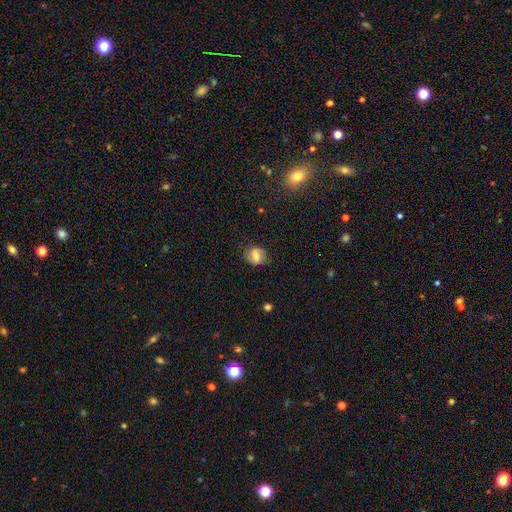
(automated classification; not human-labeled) This is likely a smooth galaxy (62%). How rounded: likely round (61%). Merging: likely none (76%).